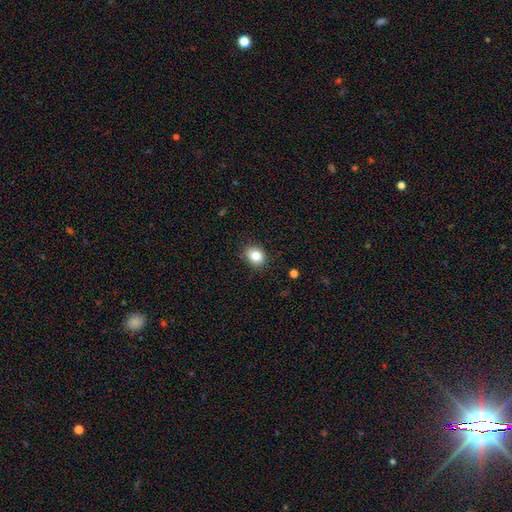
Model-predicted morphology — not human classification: This is clearly a smooth galaxy (82%). How rounded: possibly round (50%). Merging: clearly none (86%).